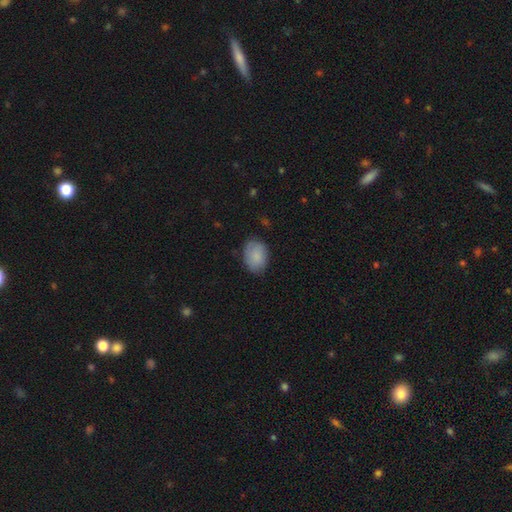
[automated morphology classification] Smooth or featured: smooth — 85% (featured or disk — 8%)
How rounded: in between — 76% (round — 23%)
Merging: none — 78% (minor disturbance — 18%)